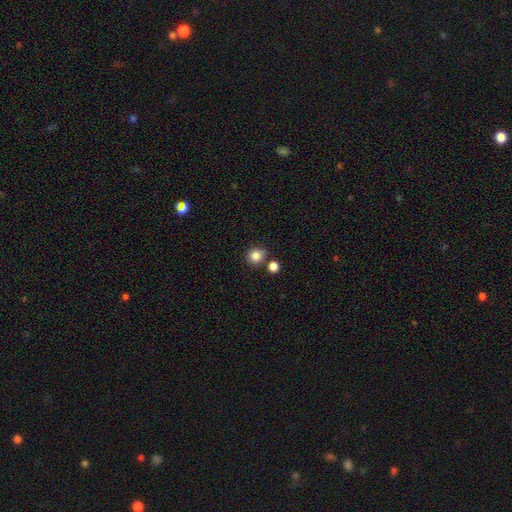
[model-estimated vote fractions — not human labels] Morphology: type=smooth (85%); roundness=round (87%); merging=none (77%).